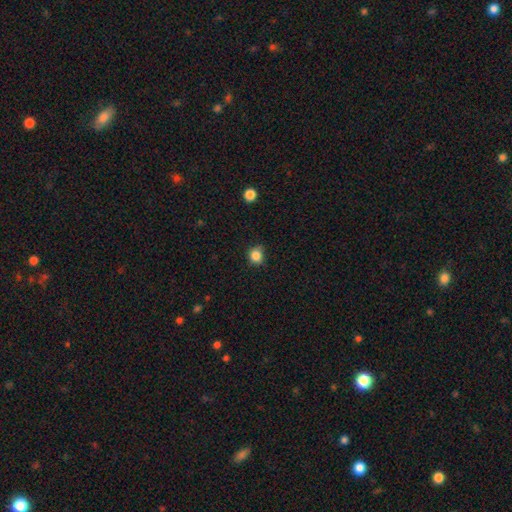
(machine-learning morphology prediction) Smooth or featured? Predicted: smooth (p=0.84). How rounded? Predicted: round (p=0.83). Merging? Predicted: none (p=0.80).